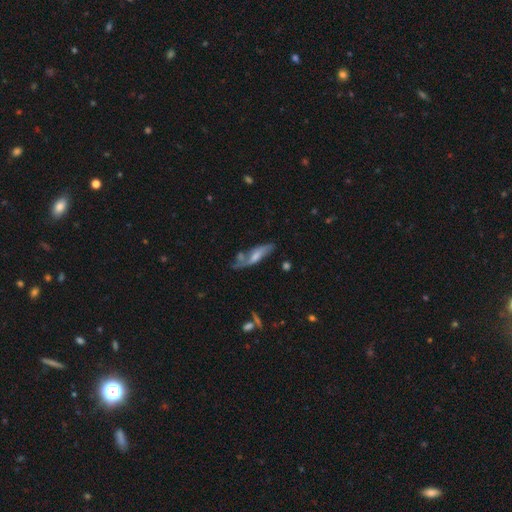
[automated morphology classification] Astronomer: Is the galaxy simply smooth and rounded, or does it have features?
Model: featured or disk — 56% (runner-up: smooth, 37%).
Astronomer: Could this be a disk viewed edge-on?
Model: no — 63%.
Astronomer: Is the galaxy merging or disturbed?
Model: none — 48% (runner-up: minor disturbance, 25%).